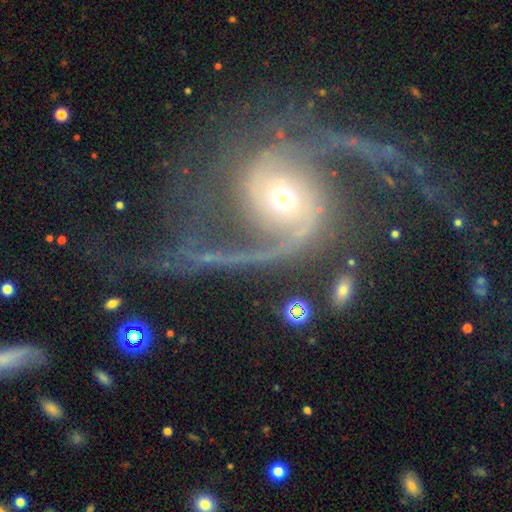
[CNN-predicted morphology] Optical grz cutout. It shows a featured or disk galaxy (87%) with no bar (60%), 2 (72%) loose (46%) spiral arms (95%) and a moderate central bulge (57%). Merging: none (46%).